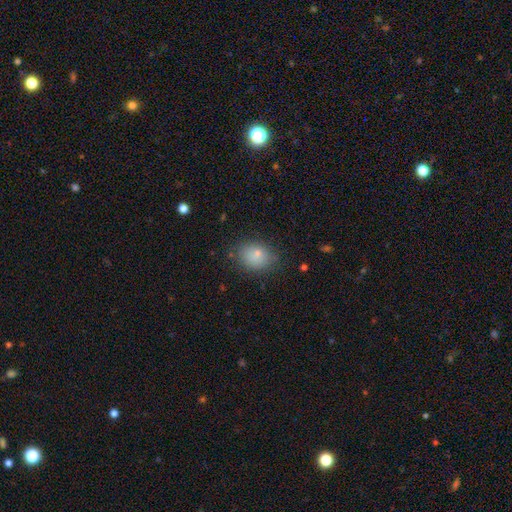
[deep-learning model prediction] smooth_or_featured: smooth (p=0.80) [alt: star or artifact p=0.11]
how_rounded: in between (p=0.51) [alt: round p=0.48]
merging: none (p=0.78) [alt: minor disturbance p=0.16]